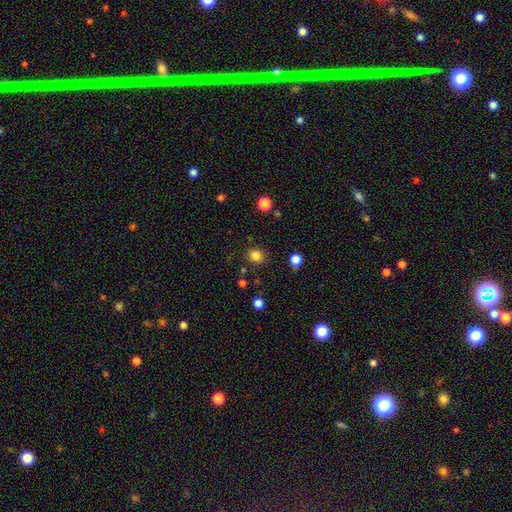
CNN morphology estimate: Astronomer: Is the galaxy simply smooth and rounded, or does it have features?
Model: smooth — 83%.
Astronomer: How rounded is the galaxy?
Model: round — 81%.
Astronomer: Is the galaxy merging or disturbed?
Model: none — 86%.